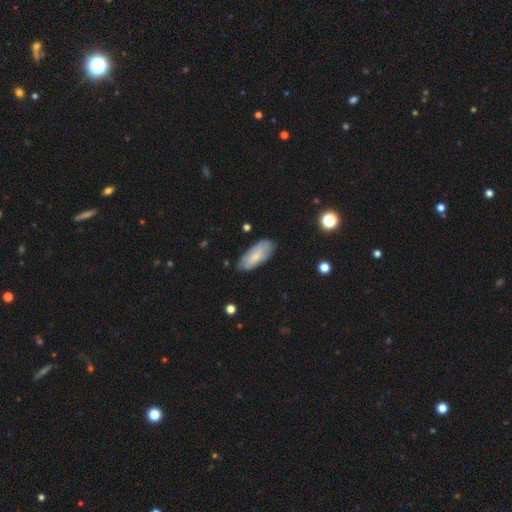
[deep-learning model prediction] A smooth galaxy with no disk features (67%) that is in between round and cigar-shaped (81%).

Vote fractions:
- Smooth or featured? smooth: 67% / featured or disk: 27% / star or artifact: 6%
- How rounded? in between: 81% / cigar-shaped: 17% / round: 2%
- Merging? none: 76% / minor disturbance: 19% / major disturbance: 4% / merger: 2%